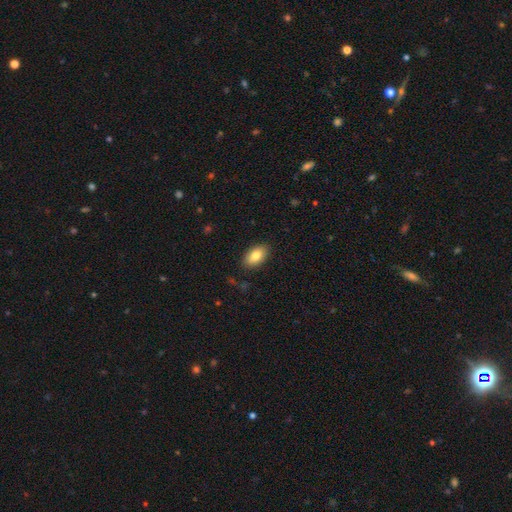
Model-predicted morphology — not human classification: Smooth or featured? Predicted: smooth (p=0.82). How rounded? Predicted: in between (p=0.93). Merging? Predicted: none (p=0.86).